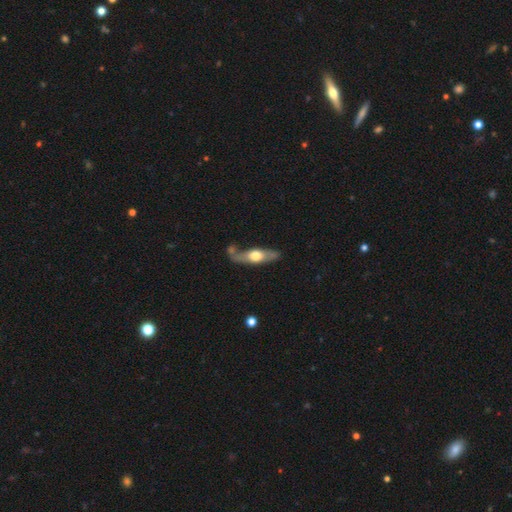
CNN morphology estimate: Smooth or featured? Predicted: featured or disk (p=0.54). Edge-on disk? Predicted: yes (p=0.74). Merging? Predicted: none (p=0.65).